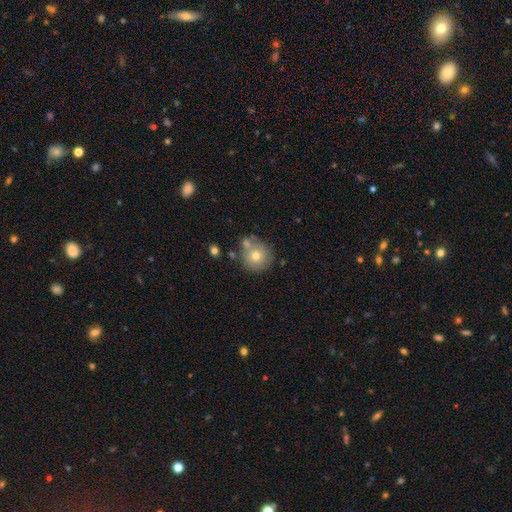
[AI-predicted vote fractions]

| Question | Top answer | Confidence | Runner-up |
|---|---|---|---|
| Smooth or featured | smooth | 70% | featured or disk (20%) |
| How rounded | round | 92% | in between (7%) |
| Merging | none | 65% | merger (18%) |